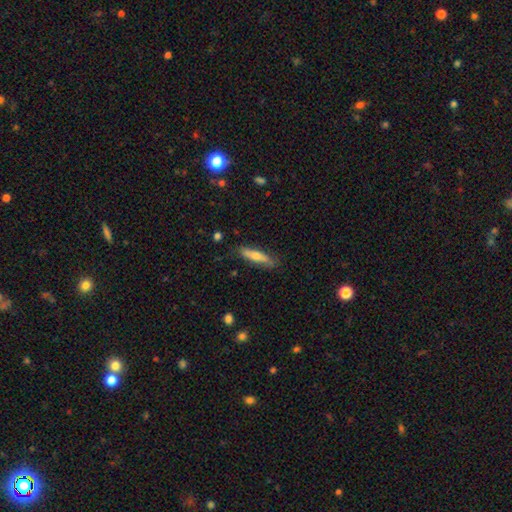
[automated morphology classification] A smooth galaxy with no disk features (52%) that is cigar-shaped (81%). Merging: none (83%).